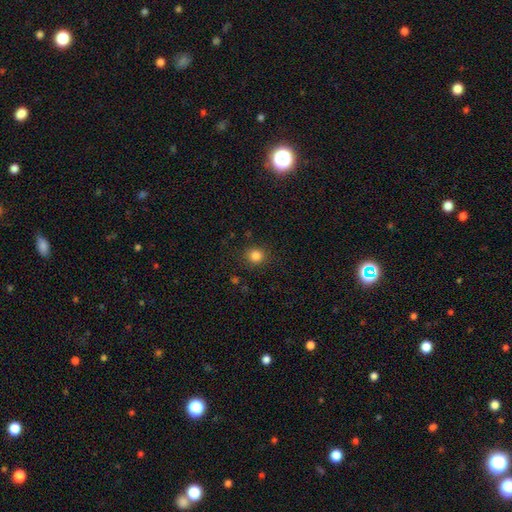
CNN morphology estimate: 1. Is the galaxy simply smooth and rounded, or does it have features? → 84% smooth, 12% star or artifact, 4% featured or disk.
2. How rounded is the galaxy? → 91% round, 8% in between, 1% cigar-shaped.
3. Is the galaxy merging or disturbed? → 89% none, 7% minor disturbance, 3% major disturbance, 1% merger.